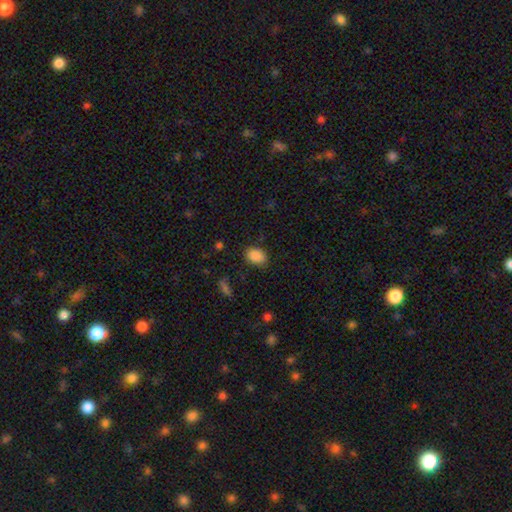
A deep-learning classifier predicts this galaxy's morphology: smooth-or-featured: smooth: 88% | star or artifact: 8% | featured or disk: 4%
  how-rounded: in between: 78% | round: 20% | cigar-shaped: 1%
  merging: none: 79% | minor disturbance: 16% | major disturbance: 4% | merger: 1%